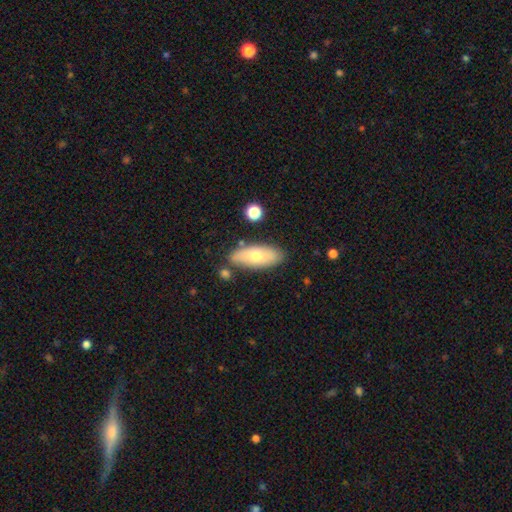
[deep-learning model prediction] Smooth or featured? smooth (70%)
How rounded? in between (79%)
Merging? none (78%)